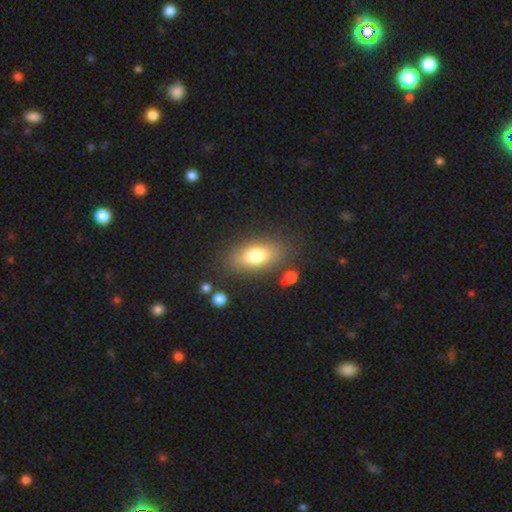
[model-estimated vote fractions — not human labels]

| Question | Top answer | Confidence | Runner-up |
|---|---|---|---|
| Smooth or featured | smooth | 74% | featured or disk (17%) |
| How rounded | in between | 84% | cigar-shaped (9%) |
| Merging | none | 80% | minor disturbance (11%) |